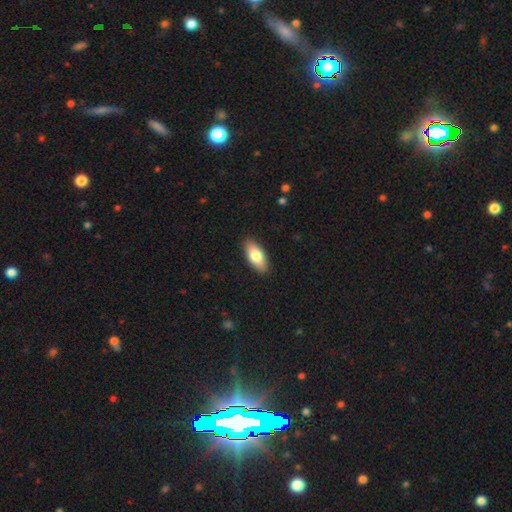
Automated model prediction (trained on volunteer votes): Morphology: type=smooth (79%); roundness=in between (87%); merging=none (89%).